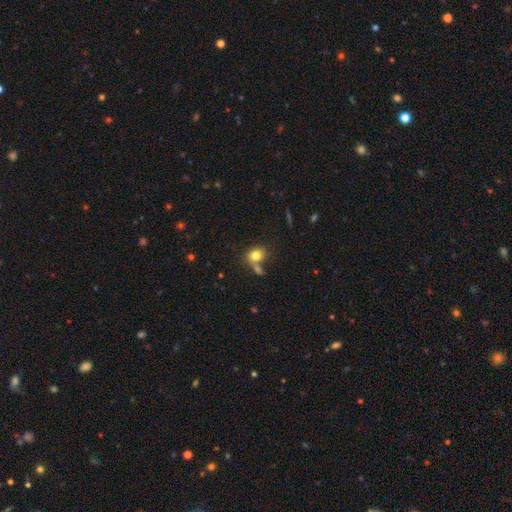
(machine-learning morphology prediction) A smooth galaxy with no disk features (79%) that is round (57%). Merging: none (52%).